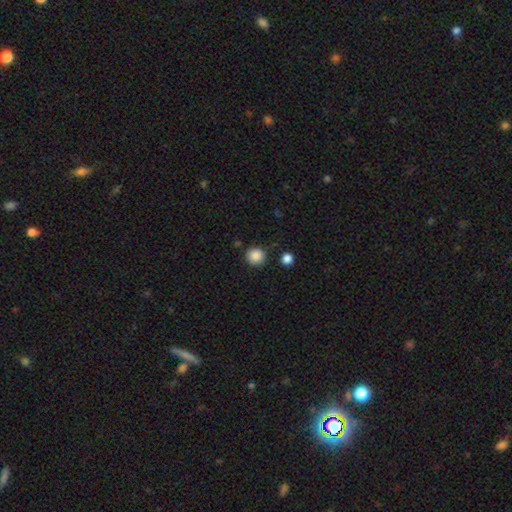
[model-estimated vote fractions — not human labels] A smooth galaxy with no disk features (87%) that is round (93%).

Vote fractions:
- Smooth or featured? smooth: 87% / star or artifact: 9% / featured or disk: 3%
- How rounded? round: 93% / in between: 6% / cigar-shaped: 1%
- Merging? none: 86% / minor disturbance: 8% / merger: 3% / major disturbance: 3%